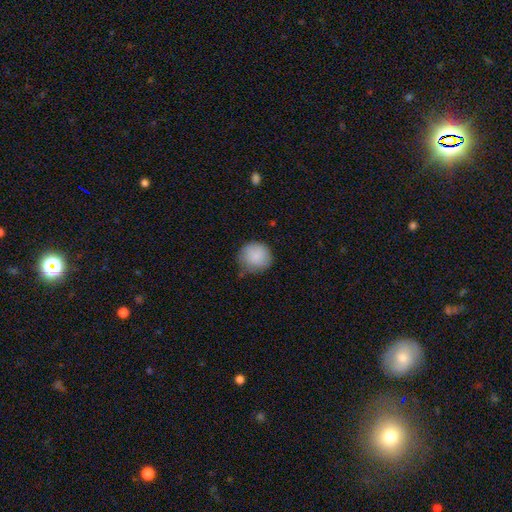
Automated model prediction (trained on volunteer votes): smooth 87%, star or artifact 7%, featured or disk 7%. Down the decision tree: how rounded — round (90%); merging — none (70%).